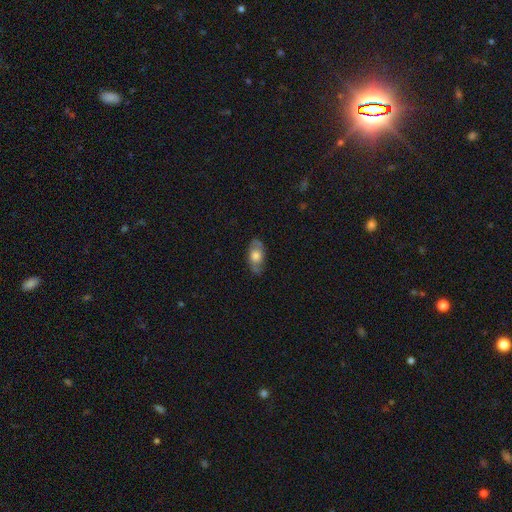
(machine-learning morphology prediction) type=smooth (48%); merging=none (74%).